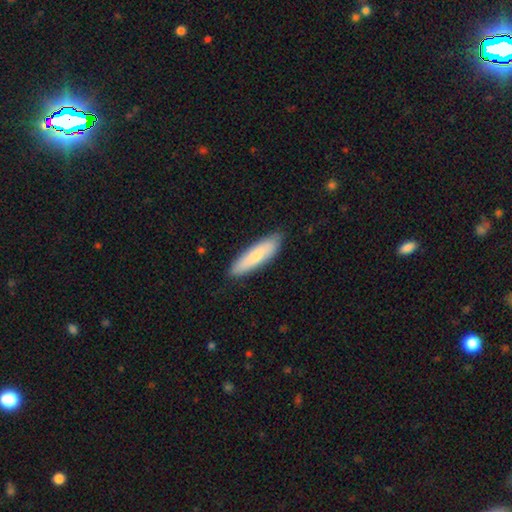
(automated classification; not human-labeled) Smooth or featured?
  - smooth: 77% *
  - featured or disk: 18%
  - star or artifact: 5%
How rounded?
  - cigar-shaped: 70% *
  - in between: 29%
  - round: 1%
Merging?
  - none: 85% *
  - minor disturbance: 12%
  - major disturbance: 2%
  - merger: 1%